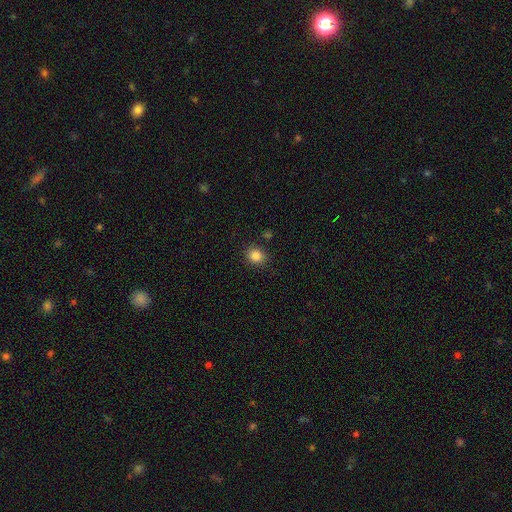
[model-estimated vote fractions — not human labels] Smooth or featured: smooth — 84% (star or artifact — 11%)
How rounded: round — 72% (in between — 28%)
Merging: none — 87% (minor disturbance — 8%)